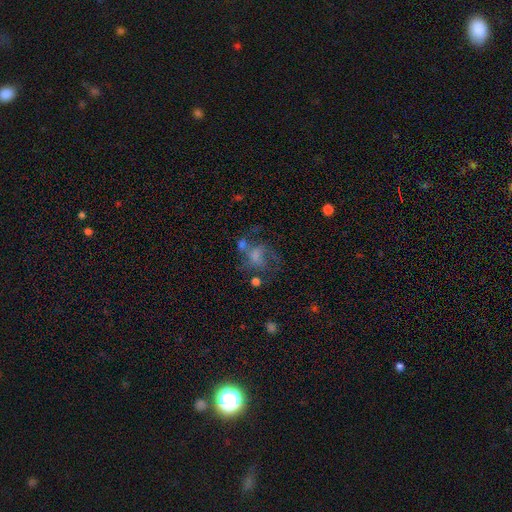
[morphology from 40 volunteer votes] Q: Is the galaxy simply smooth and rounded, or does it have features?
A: featured or disk — 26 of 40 (65%).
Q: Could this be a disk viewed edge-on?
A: no — 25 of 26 (96%).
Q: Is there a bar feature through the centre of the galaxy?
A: no — 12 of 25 (48%).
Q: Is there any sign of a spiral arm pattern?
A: yes — 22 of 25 (88%).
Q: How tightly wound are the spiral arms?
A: medium — 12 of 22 (55%).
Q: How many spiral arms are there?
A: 4 — 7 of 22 (32%).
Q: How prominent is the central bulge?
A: moderate — 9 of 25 (36%).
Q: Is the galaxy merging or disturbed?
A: none — 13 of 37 (35%).